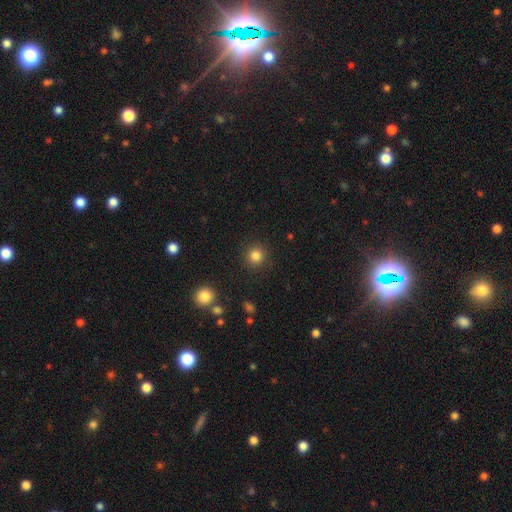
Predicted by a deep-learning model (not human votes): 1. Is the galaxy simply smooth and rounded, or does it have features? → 84% smooth, 12% star or artifact, 5% featured or disk.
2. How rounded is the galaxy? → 93% round, 6% in between, 1% cigar-shaped.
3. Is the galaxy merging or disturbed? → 91% none, 5% minor disturbance, 2% major disturbance, 1% merger.